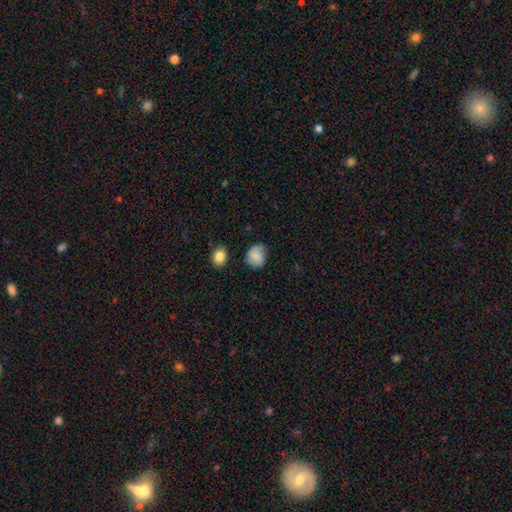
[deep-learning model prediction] A smooth galaxy with no disk features (74%) that is round (62%).

Vote fractions:
- Smooth or featured? smooth: 74% / featured or disk: 17% / star or artifact: 9%
- How rounded? round: 62% / in between: 37% / cigar-shaped: 1%
- Merging? none: 62% / minor disturbance: 28% / major disturbance: 7% / merger: 2%